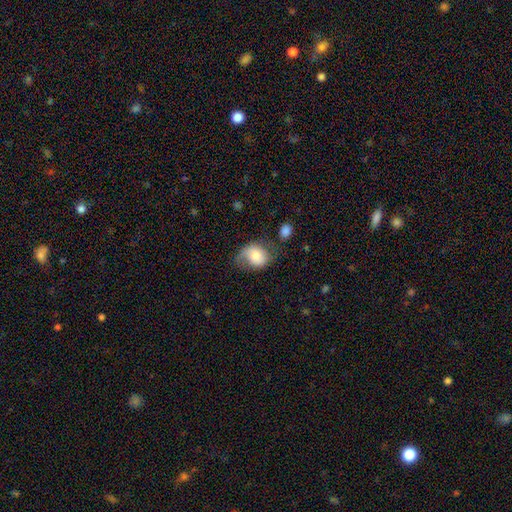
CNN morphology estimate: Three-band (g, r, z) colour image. It shows a smooth galaxy with no disk features (57%) that is in between round and cigar-shaped (50%). Merging: none (39%).